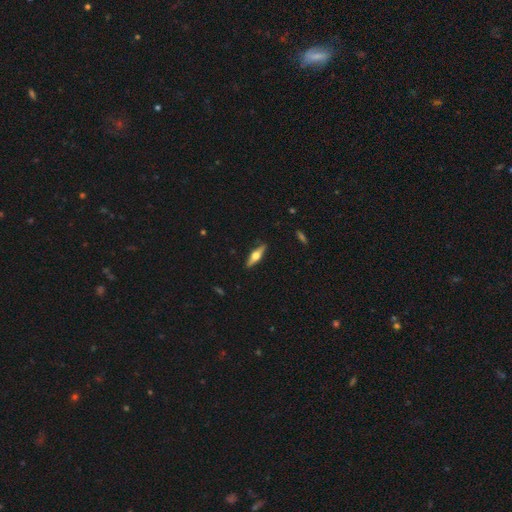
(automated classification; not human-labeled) This appears to be a featured or disk galaxy (64%) viewed edge-on (95%) with a rounded central bulge (95%). Merging: none (90%).